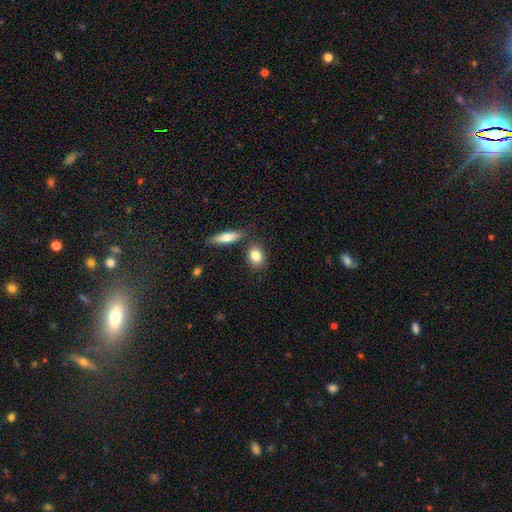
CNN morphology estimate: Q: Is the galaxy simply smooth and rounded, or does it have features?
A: smooth — 82%.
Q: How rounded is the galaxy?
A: in between — 67%.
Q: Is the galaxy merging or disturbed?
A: none — 74%.